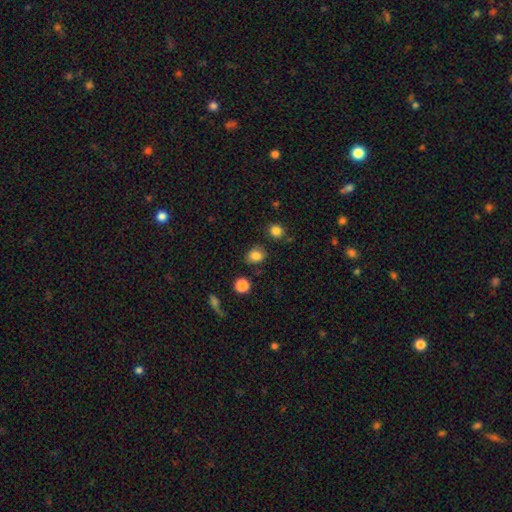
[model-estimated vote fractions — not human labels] A smooth galaxy with no disk features (83%) that is round (58%).

Vote fractions:
- Smooth or featured? smooth: 83% / star or artifact: 11% / featured or disk: 6%
- How rounded? round: 58% / in between: 41% / cigar-shaped: 1%
- Merging? none: 78% / minor disturbance: 14% / merger: 4% / major disturbance: 4%